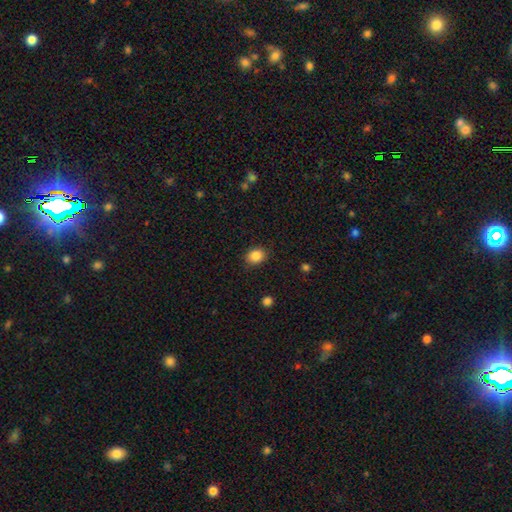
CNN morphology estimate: smooth_or_featured: smooth (p=0.86) [alt: star or artifact p=0.09]
how_rounded: round (p=0.52) [alt: in between p=0.47]
merging: none (p=0.86) [alt: minor disturbance p=0.11]